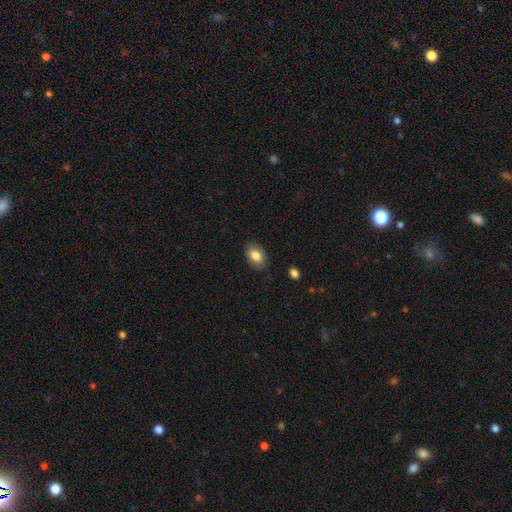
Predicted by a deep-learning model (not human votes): Smooth or featured?
  - smooth: 83% *
  - featured or disk: 10%
  - star or artifact: 8%
How rounded?
  - in between: 88% *
  - round: 11%
  - cigar-shaped: 1%
Merging?
  - none: 81% *
  - minor disturbance: 14%
  - major disturbance: 3%
  - merger: 1%